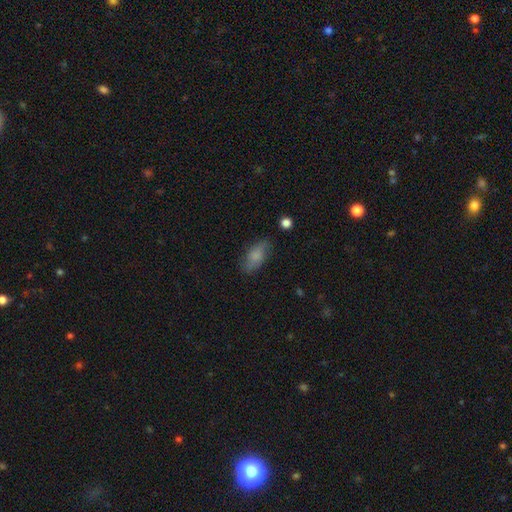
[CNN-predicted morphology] This appears to be a smooth galaxy with no disk features (73%) that is in between round and cigar-shaped (88%). Merging: none (74%).